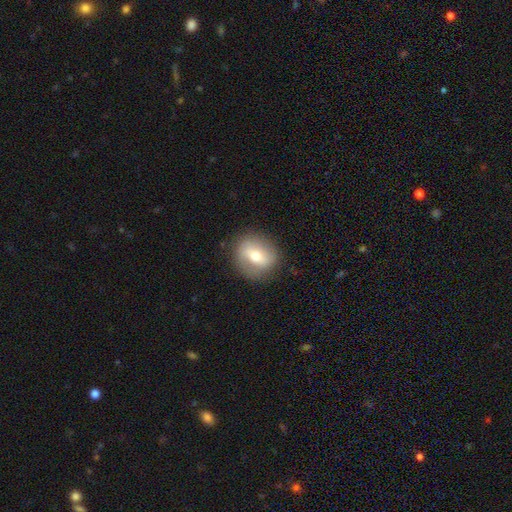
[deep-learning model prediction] A smooth galaxy with no disk features (50%). Merging: none (84%).